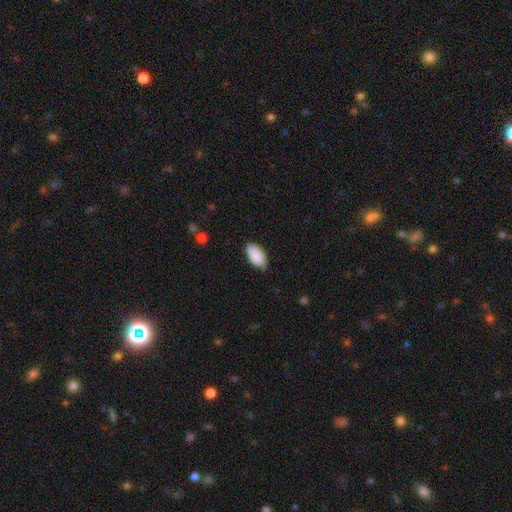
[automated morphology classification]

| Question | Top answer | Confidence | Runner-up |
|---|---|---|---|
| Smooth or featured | smooth | 88% | star or artifact (6%) |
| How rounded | in between | 95% | cigar-shaped (3%) |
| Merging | none | 77% | minor disturbance (19%) |